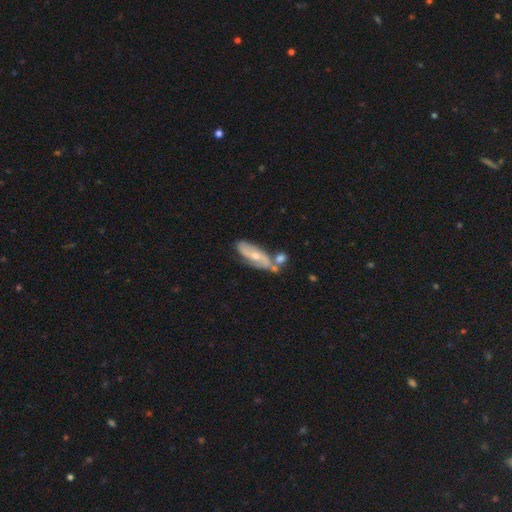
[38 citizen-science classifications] A featured or disk galaxy (66%) with no bar (55%), 2 (80%) medium (55%) spiral arms (91%) and a moderate central bulge (50%, tied with small). Merging: none (49%).